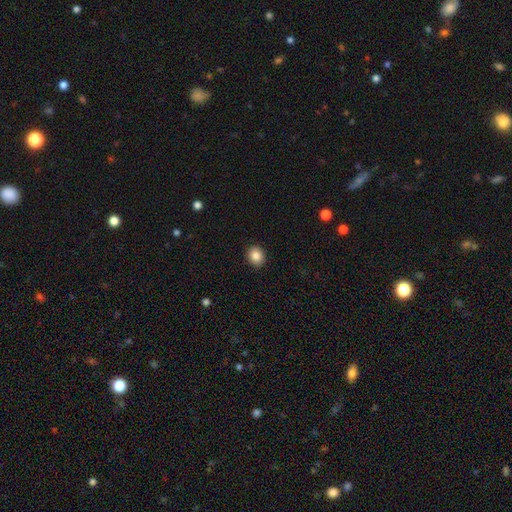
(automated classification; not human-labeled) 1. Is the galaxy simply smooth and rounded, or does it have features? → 86% smooth, 9% star or artifact, 5% featured or disk.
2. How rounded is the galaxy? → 68% round, 31% in between, 1% cigar-shaped.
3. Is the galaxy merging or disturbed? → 91% none, 6% minor disturbance, 2% major disturbance, 1% merger.